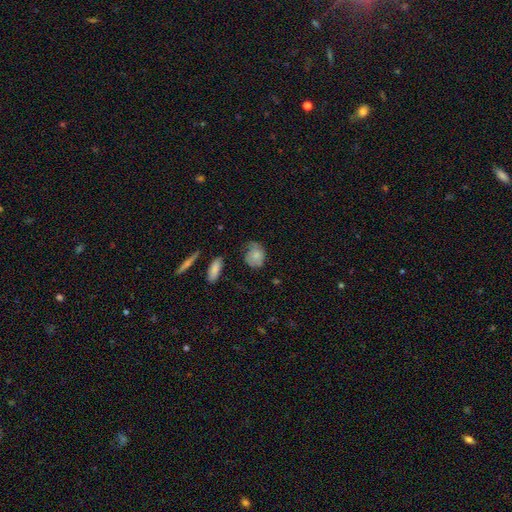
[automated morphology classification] smooth 75%, featured or disk 17%, star or artifact 8%. Down the decision tree: how rounded — in between (54%); merging — none (49%).